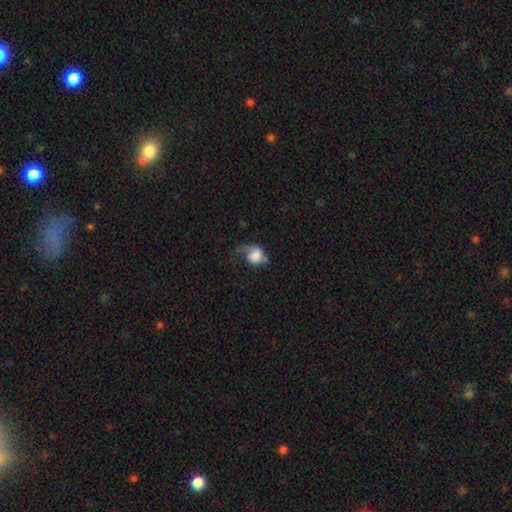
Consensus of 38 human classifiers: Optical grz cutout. It shows a smooth galaxy with no disk features (68%) that is round (81%). Merging: major disturbance (47%).